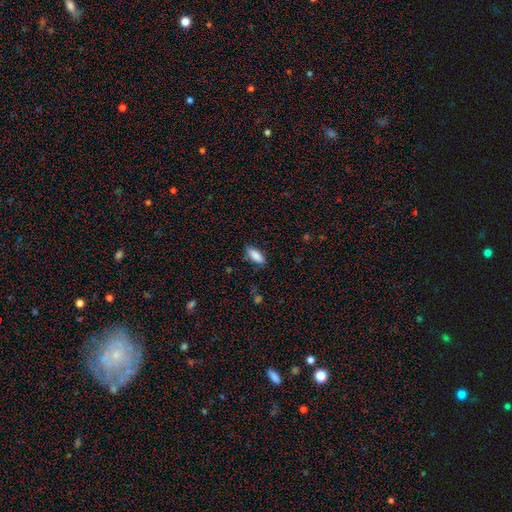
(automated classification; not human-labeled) Smooth or featured? Predicted: smooth (p=0.87). How rounded? Predicted: in between (p=0.82). Merging? Predicted: none (p=0.78).